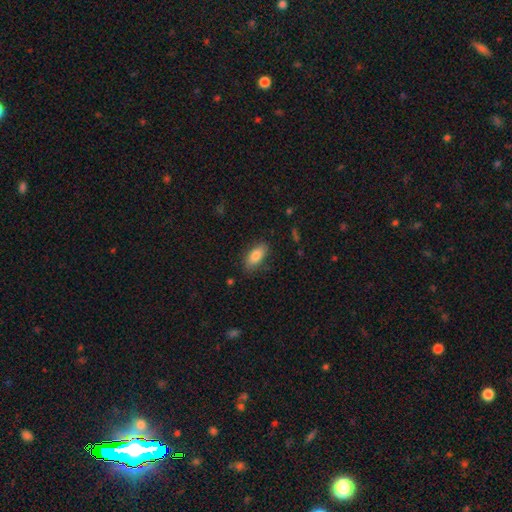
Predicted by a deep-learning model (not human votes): smooth_or_featured: smooth (p=0.82) [alt: featured or disk p=0.11]
how_rounded: in between (p=0.82) [alt: cigar-shaped p=0.15]
merging: none (p=0.83) [alt: minor disturbance p=0.13]